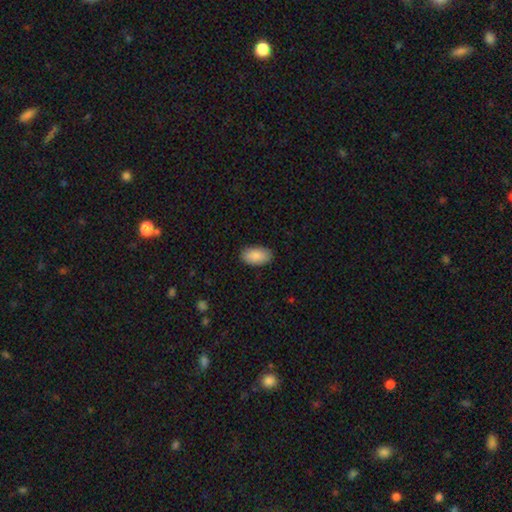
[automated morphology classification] type=smooth (89%); roundness=in between (95%); merging=none (88%).